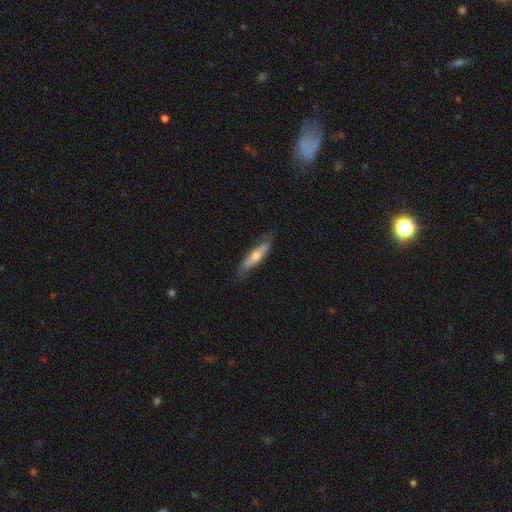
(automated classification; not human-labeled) Morphology: type=smooth (49%); merging=none (75%).